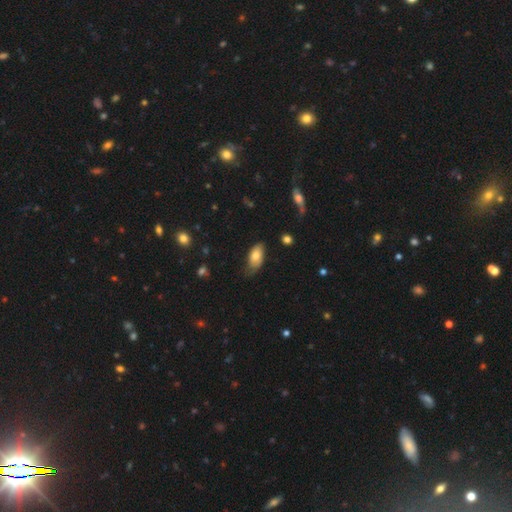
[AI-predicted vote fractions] Q: Smooth or featured?
A: smooth (74%); runner-up: featured or disk (20%)
Q: How rounded?
A: in between (92%); runner-up: cigar-shaped (5%)
Q: Merging?
A: none (52%); runner-up: minor disturbance (36%)